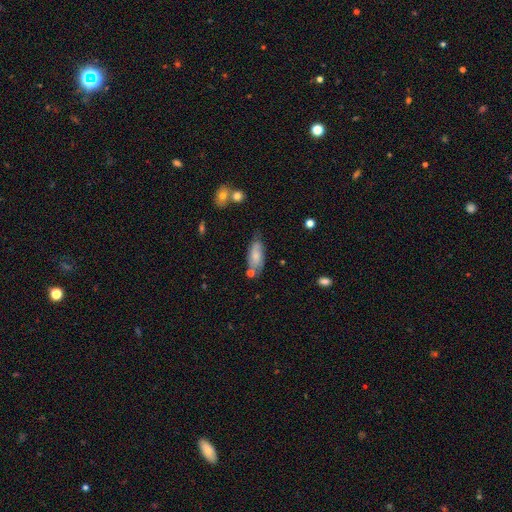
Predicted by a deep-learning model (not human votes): Smooth or featured? smooth (64%)
How rounded? in between (81%)
Merging? none (58%)